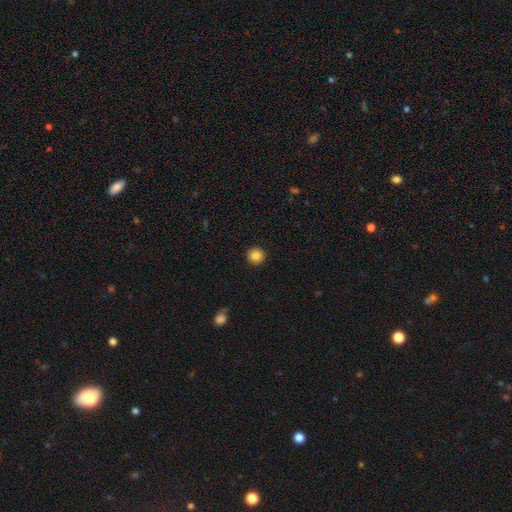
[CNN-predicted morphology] Overall: smooth (86%). How rounded: round (96%). Merging: none (93%).